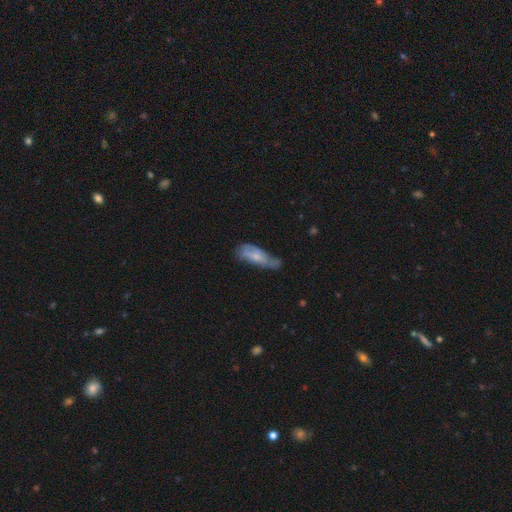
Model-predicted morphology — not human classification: Smooth or featured? Predicted: smooth (p=0.53). How rounded? Predicted: in between (p=0.61). Merging? Predicted: none (p=0.39, tied with minor disturbance).